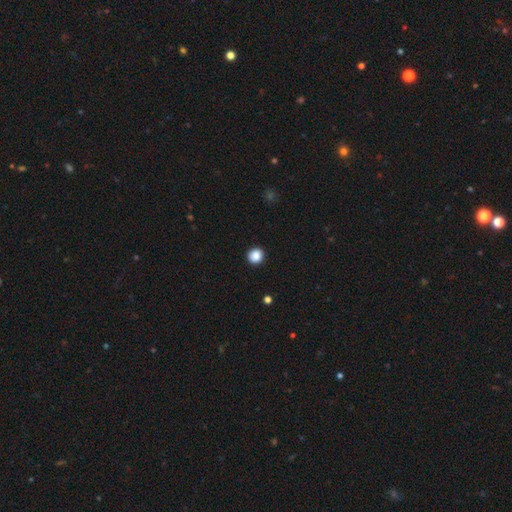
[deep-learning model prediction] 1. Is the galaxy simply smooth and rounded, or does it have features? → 87% smooth, 10% star or artifact, 3% featured or disk.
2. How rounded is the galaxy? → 93% round, 6% in between, 1% cigar-shaped.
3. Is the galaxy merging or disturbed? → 92% none, 5% minor disturbance, 2% major disturbance, 1% merger.